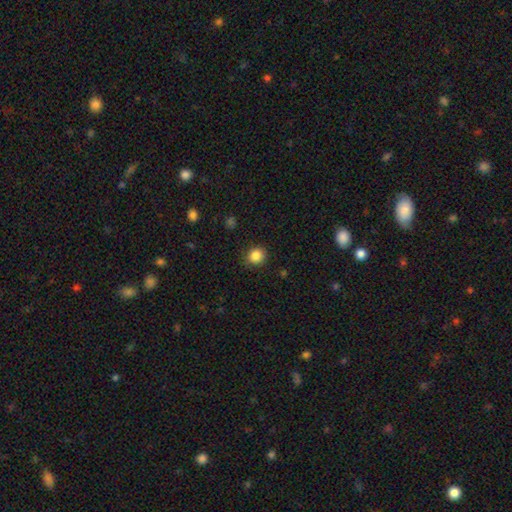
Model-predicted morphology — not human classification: type=smooth (85%); roundness=round (84%); merging=none (87%).